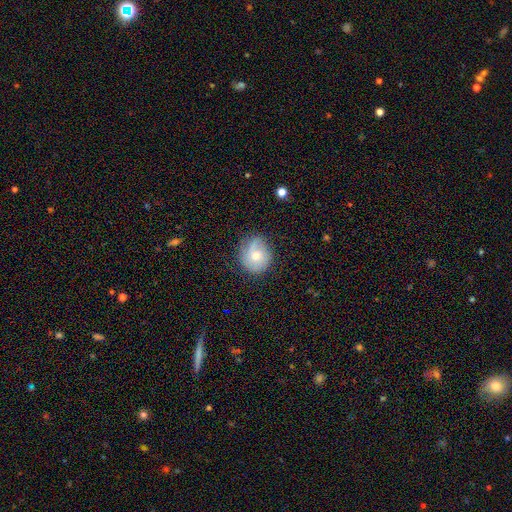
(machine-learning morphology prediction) Smooth or featured: smooth — 52% (featured or disk — 39%)
How rounded: round — 75% (in between — 24%)
Merging: none — 68% (minor disturbance — 23%)